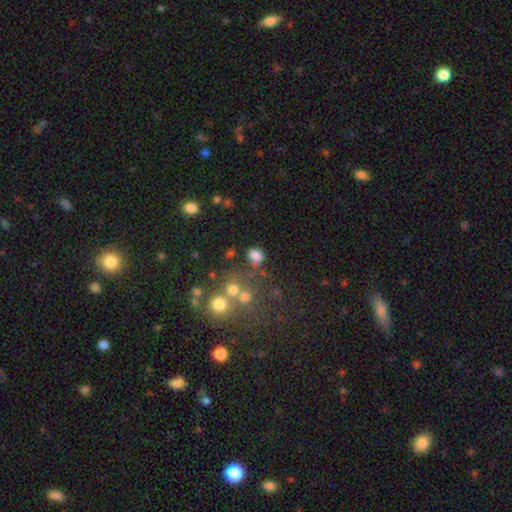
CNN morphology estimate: A smooth galaxy with no disk features (78%) that is in between round and cigar-shaped (61%).

Vote fractions:
- Smooth or featured? smooth: 78% / star or artifact: 14% / featured or disk: 8%
- How rounded? in between: 61% / round: 37% / cigar-shaped: 1%
- Merging? none: 64% / minor disturbance: 16% / merger: 12% / major disturbance: 7%